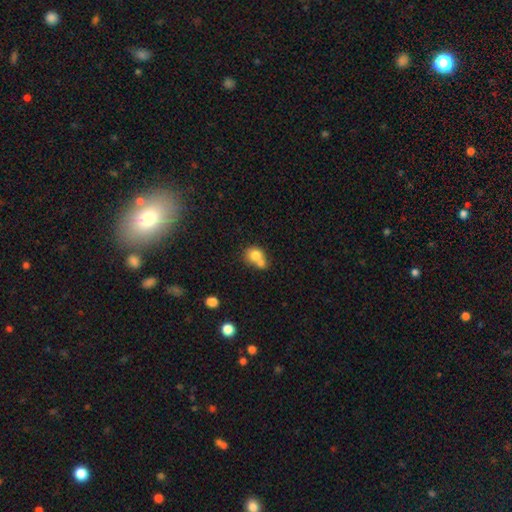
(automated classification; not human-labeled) smooth-or-featured: smooth: 76% | featured or disk: 14% | star or artifact: 10%
  how-rounded: round: 74% | in between: 25% | cigar-shaped: 1%
  merging: merger: 56% | none: 32% | minor disturbance: 8% | major disturbance: 4%